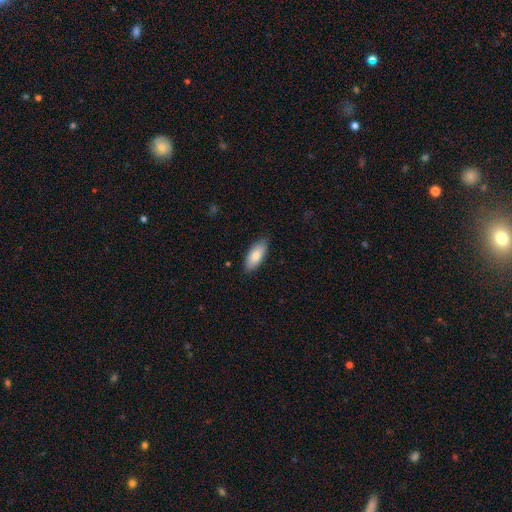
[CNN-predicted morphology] This appears to be a smooth galaxy with no disk features (82%) that is in between round and cigar-shaped (86%). Merging: none (84%).